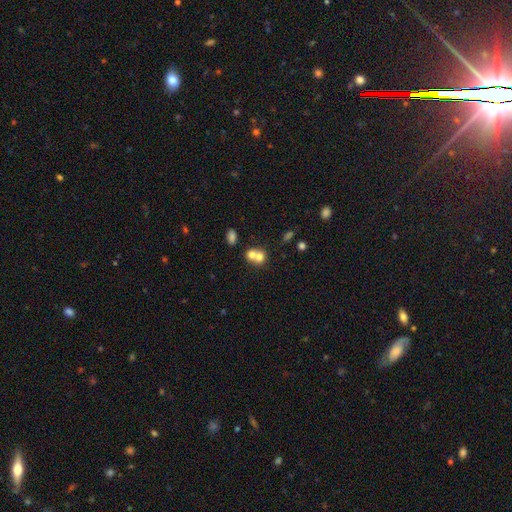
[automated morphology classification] The model was most divided on "merging": merger: 65%, none: 27%, minor disturbance: 5%, major disturbance: 3%. More confident: smooth or featured — smooth (70%); how rounded — round (70%).